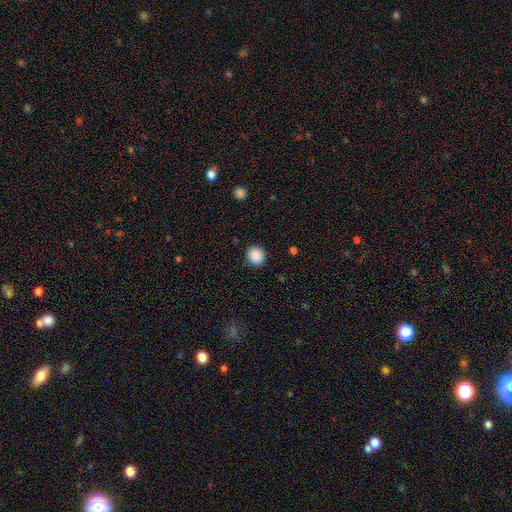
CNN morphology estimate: A smooth galaxy with no disk features (89%) that is round (76%). Merging: none (89%).